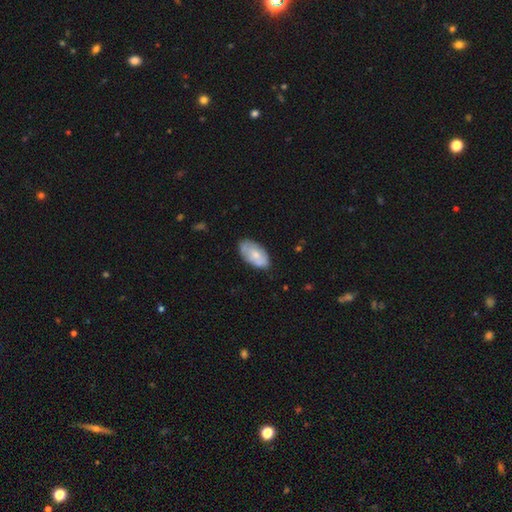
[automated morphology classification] Smooth or featured: smooth — 63% (featured or disk — 31%)
How rounded: in between — 94% (round — 4%)
Merging: none — 71% (minor disturbance — 23%)